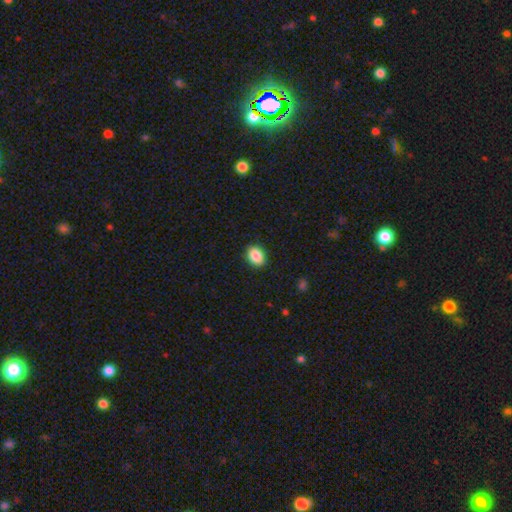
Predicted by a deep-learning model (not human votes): smooth 88%, star or artifact 8%, featured or disk 4%. Down the decision tree: how rounded — in between (70%); merging — none (89%).